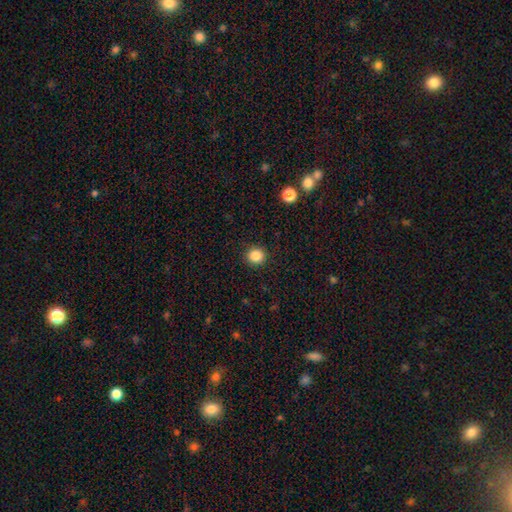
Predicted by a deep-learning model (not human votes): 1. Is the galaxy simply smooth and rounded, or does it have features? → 85% smooth, 11% star or artifact, 4% featured or disk.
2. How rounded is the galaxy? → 90% round, 9% in between, 1% cigar-shaped.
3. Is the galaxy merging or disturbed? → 91% none, 6% minor disturbance, 2% major disturbance, 1% merger.